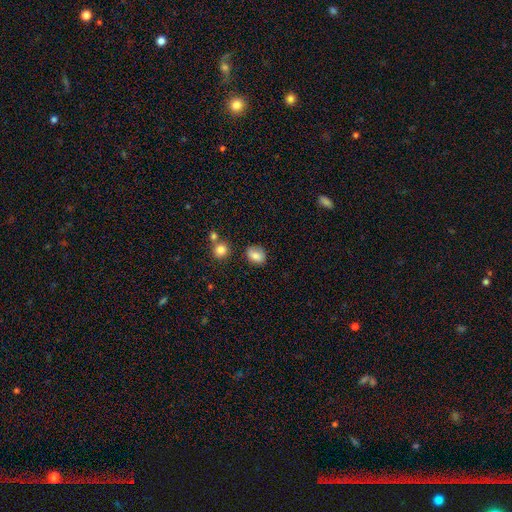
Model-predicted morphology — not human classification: smooth_or_featured: smooth (p=0.81) [alt: star or artifact p=0.10]
how_rounded: in between (p=0.61) [alt: round p=0.37]
merging: none (p=0.73) [alt: minor disturbance p=0.19]